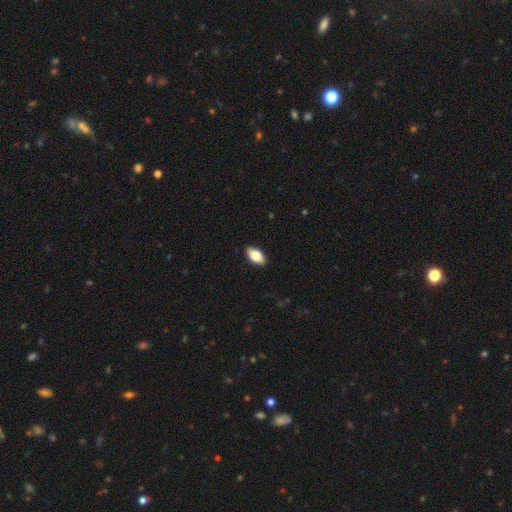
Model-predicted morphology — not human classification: The model was most divided on "smooth or featured": smooth: 77%, featured or disk: 17%, star or artifact: 7%. More confident: how rounded — in between (91%); merging — none (89%).